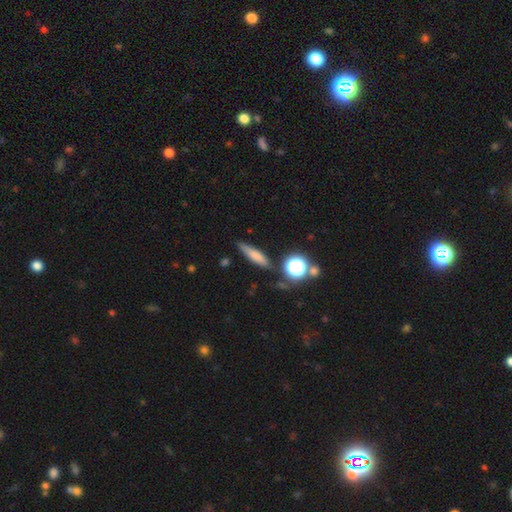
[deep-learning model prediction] This appears to be a smooth galaxy with no disk features (71%) that is cigar-shaped (74%). Merging: none (79%).